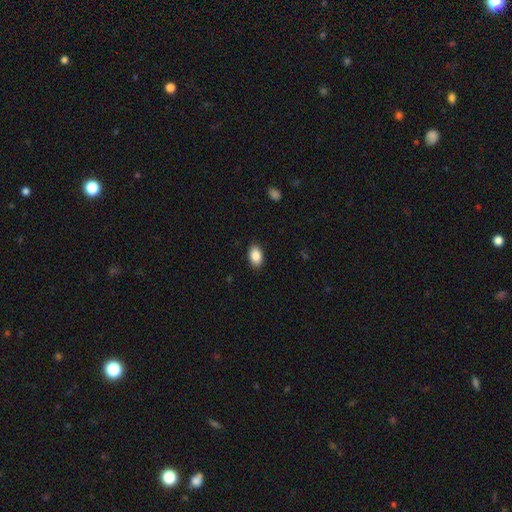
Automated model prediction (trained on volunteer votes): smooth-or-featured: smooth: 87% | star or artifact: 7% | featured or disk: 5%
  how-rounded: in between: 90% | round: 8% | cigar-shaped: 1%
  merging: none: 89% | minor disturbance: 8% | major disturbance: 2% | merger: 1%